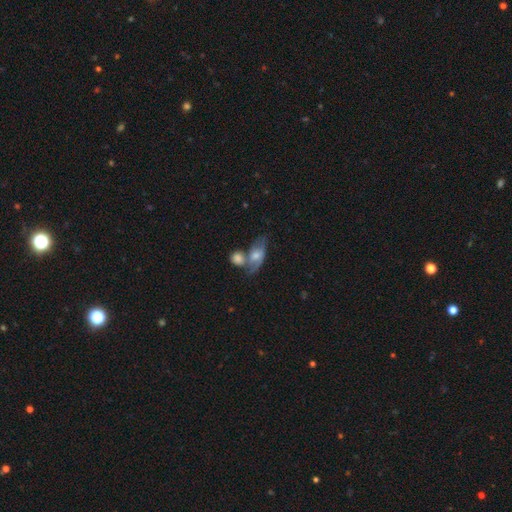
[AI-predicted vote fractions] smooth 48%, featured or disk 45%, star or artifact 7%. Down the decision tree: merging — merger (43%).